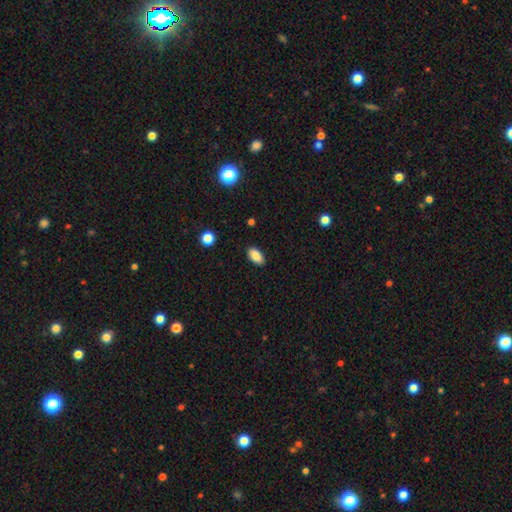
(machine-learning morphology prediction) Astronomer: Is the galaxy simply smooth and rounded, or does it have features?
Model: smooth — 86%.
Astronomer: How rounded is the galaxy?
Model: in between — 93%.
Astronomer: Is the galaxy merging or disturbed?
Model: none — 88%.